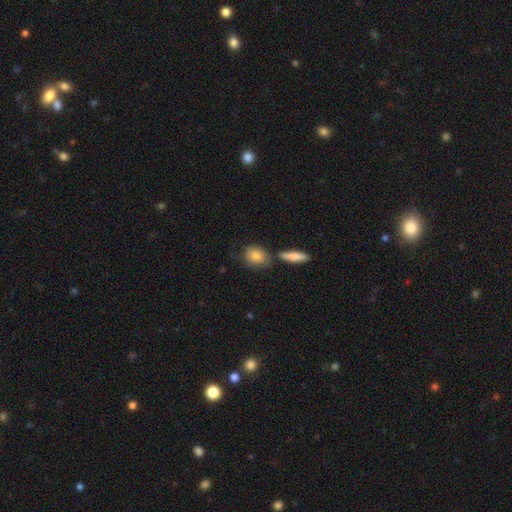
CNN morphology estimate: Overall: smooth (82%). How rounded: in between (62%; round 34%). Merging: none (59%).